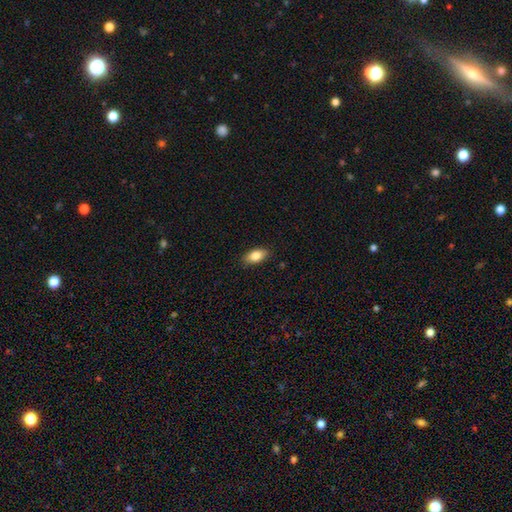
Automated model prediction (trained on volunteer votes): Q: Smooth or featured?
A: smooth (83%); runner-up: featured or disk (10%)
Q: How rounded?
A: in between (90%); runner-up: cigar-shaped (6%)
Q: Merging?
A: none (88%); runner-up: minor disturbance (9%)